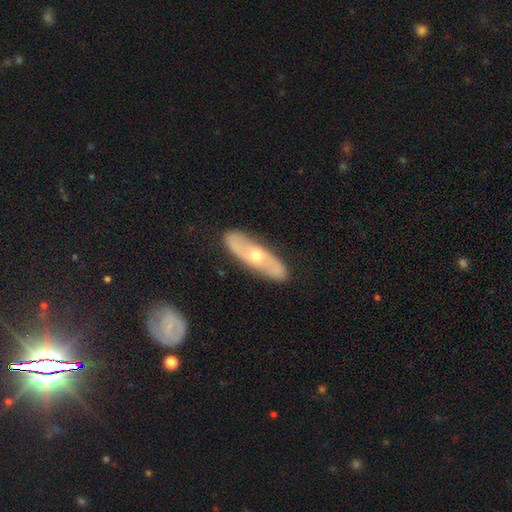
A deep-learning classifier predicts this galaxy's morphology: The model was most divided on "smooth or featured": featured or disk: 62%, smooth: 33%, star or artifact: 5%. More confident: merging — none (86%); edge-on disk — no (68%).